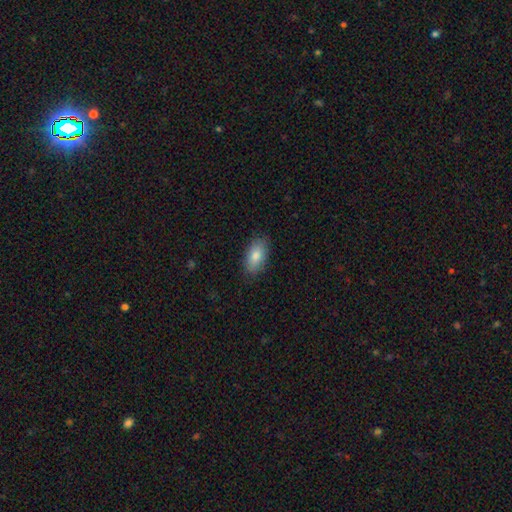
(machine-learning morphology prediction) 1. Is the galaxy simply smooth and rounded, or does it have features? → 83% smooth, 10% featured or disk, 7% star or artifact.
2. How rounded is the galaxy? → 92% in between, 4% round, 4% cigar-shaped.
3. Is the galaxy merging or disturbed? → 86% none, 11% minor disturbance, 2% major disturbance, 1% merger.